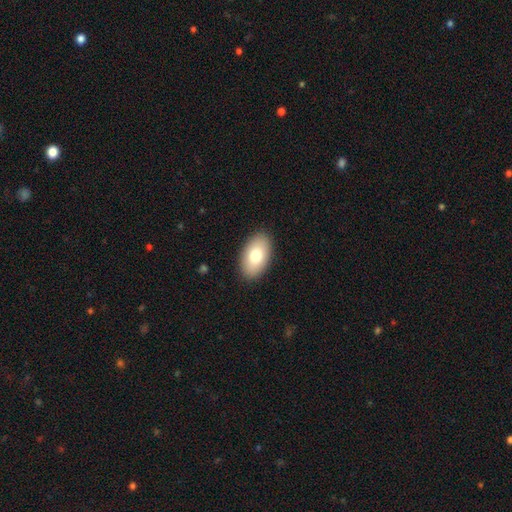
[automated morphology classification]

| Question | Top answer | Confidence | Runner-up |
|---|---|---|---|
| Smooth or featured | smooth | 78% | featured or disk (15%) |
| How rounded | in between | 95% | round (4%) |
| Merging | none | 89% | minor disturbance (8%) |